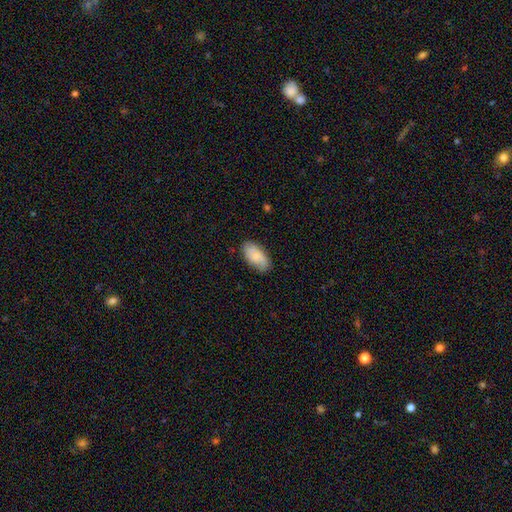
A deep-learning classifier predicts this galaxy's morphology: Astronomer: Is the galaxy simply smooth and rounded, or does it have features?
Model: smooth — 74%.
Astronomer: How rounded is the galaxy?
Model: in between — 94%.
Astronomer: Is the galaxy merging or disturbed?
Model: none — 80%.